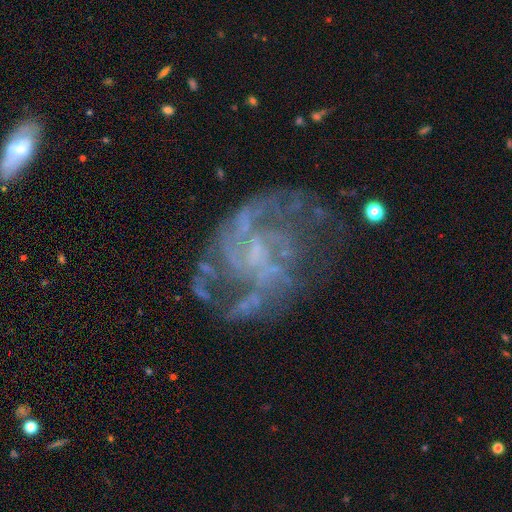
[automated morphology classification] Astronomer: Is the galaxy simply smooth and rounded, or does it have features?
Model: featured or disk — 82%.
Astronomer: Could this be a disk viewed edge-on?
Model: no — 98%.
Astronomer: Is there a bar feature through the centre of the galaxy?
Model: no — 55% (runner-up: weak, 36%).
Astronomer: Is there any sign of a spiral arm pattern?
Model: yes — 82%.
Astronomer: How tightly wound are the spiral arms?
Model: medium — 45% (runner-up: tight, 29%).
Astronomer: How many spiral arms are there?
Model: can't tell — 34% (runner-up: 2, 29%).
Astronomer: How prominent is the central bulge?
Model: none — 50% (runner-up: small, 31%).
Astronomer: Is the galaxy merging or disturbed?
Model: none — 55%.